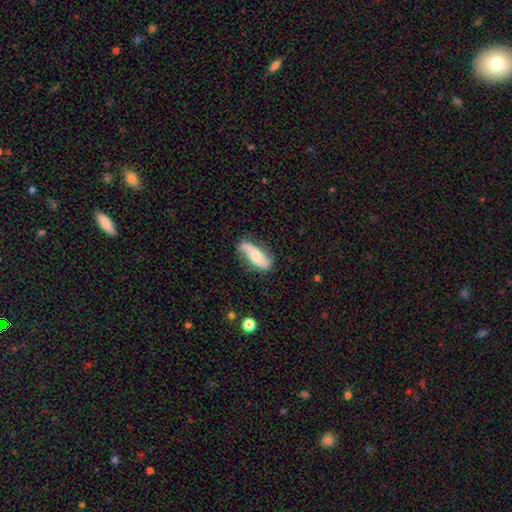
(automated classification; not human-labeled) The model was most divided on "bulge size": moderate: 57%, small: 31%, large: 7%, none: 4%, dominant: 2%. More confident: spiral arms — yes (90%); edge-on disk — no (89%); spiral arm count — 2 (88%); merging — none (71%); spiral winding — loose (69%); smooth or featured — featured or disk (63%); bar — no (58%).